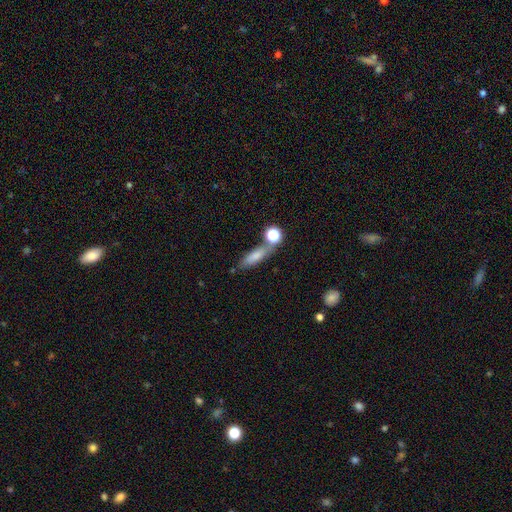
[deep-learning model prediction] A smooth galaxy with no disk features (74%) that is cigar-shaped (49%). Merging: none (59%).